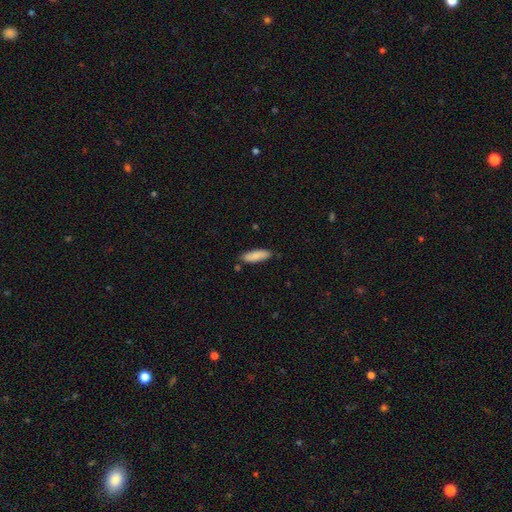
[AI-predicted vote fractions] Q: Smooth or featured?
A: smooth (86%); runner-up: featured or disk (8%)
Q: How rounded?
A: in between (51%); runner-up: cigar-shaped (47%)
Q: Merging?
A: none (82%); runner-up: minor disturbance (13%)